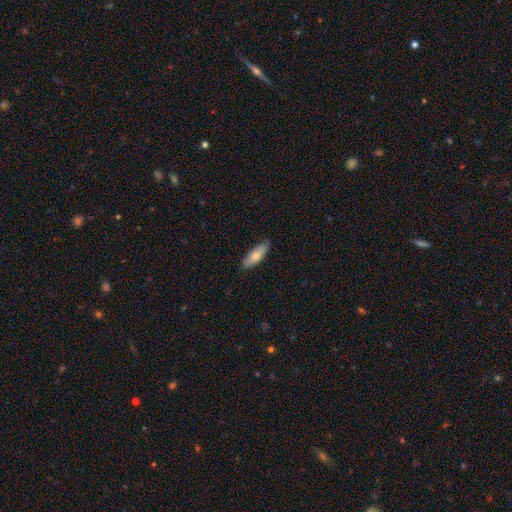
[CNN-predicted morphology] type=smooth (71%); roundness=in between (55%); merging=none (85%).